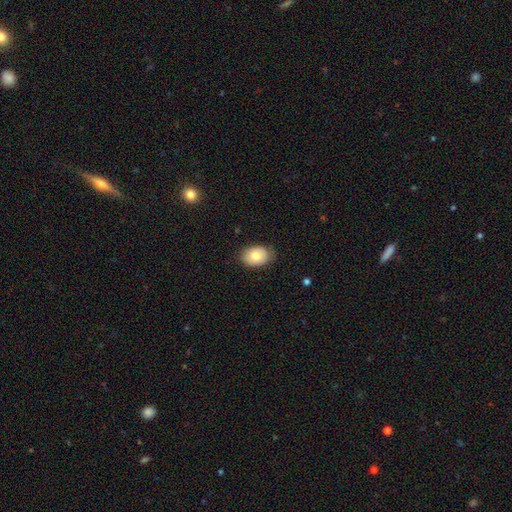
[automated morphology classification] smooth_or_featured: smooth (p=0.76) [alt: featured or disk p=0.17]
how_rounded: in between (p=0.78) [alt: round p=0.21]
merging: none (p=0.81) [alt: minor disturbance p=0.15]